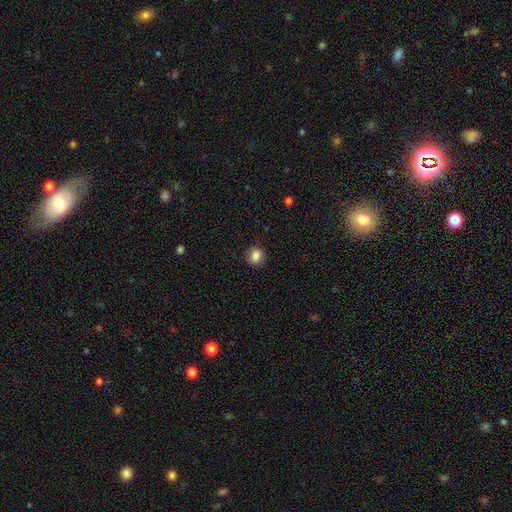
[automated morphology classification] Smooth or featured: smooth — 85% (star or artifact — 10%)
How rounded: round — 69% (in between — 30%)
Merging: none — 87% (minor disturbance — 10%)